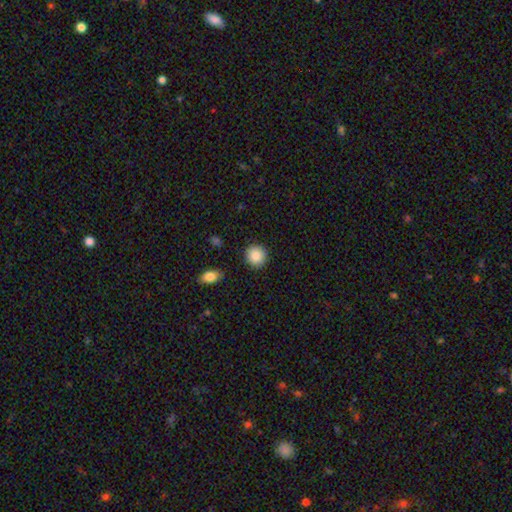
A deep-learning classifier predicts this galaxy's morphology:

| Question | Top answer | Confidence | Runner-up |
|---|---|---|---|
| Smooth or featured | smooth | 88% | star or artifact (8%) |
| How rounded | round | 92% | in between (7%) |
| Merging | none | 90% | minor disturbance (6%) |